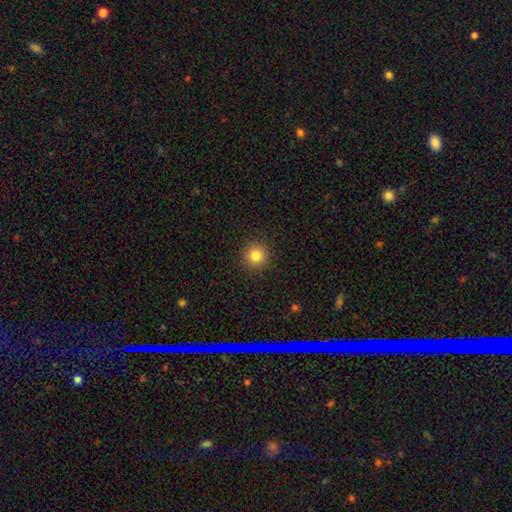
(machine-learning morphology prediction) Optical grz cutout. It shows a smooth galaxy with no disk features (82%) that is round (95%). Merging: none (92%).